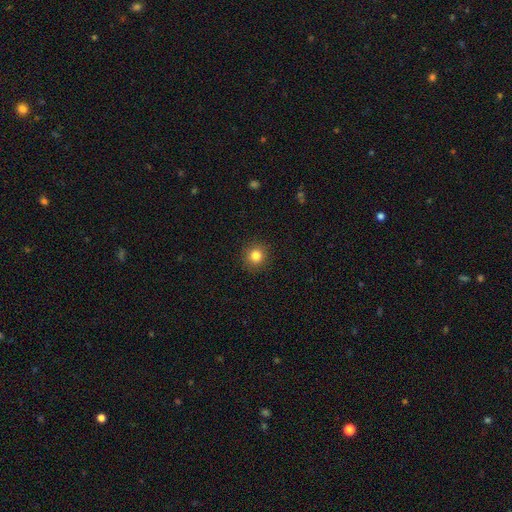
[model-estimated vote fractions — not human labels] This appears to be a smooth galaxy with no disk features (83%) that is round (93%). Merging: none (91%).